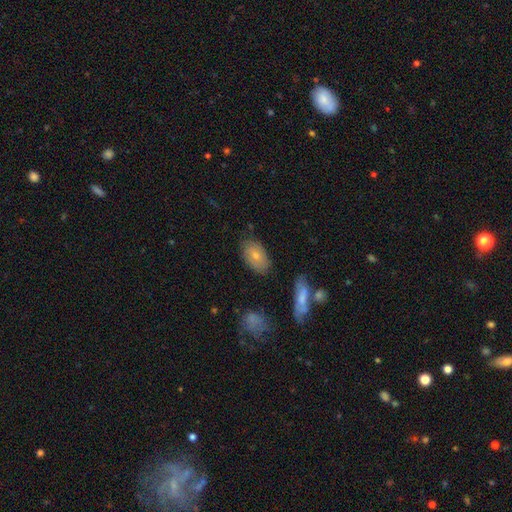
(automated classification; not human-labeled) Smooth or featured? Predicted: smooth (p=0.70). How rounded? Predicted: in between (p=0.91). Merging? Predicted: none (p=0.78).